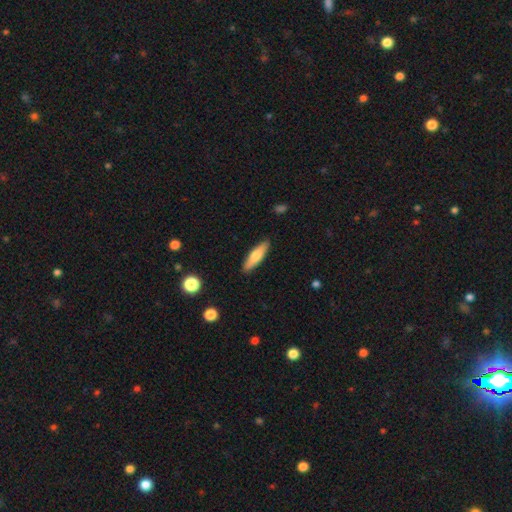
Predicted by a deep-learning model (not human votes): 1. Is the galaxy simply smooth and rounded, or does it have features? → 65% smooth, 30% featured or disk, 6% star or artifact.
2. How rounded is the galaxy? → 63% cigar-shaped, 35% in between, 2% round.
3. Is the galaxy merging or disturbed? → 89% none, 8% minor disturbance, 2% major disturbance, 1% merger.